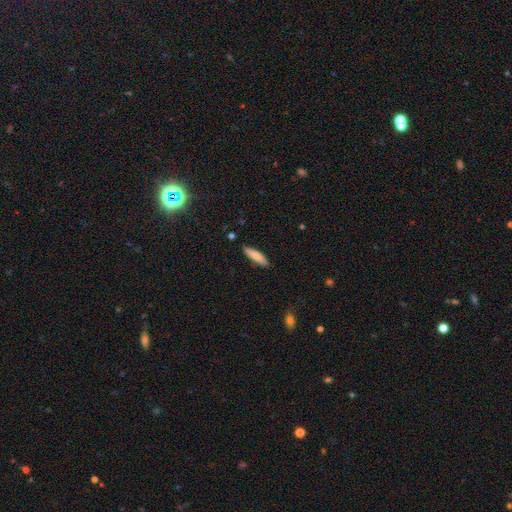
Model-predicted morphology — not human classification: smooth 77%, featured or disk 17%, star or artifact 6%. Down the decision tree: how rounded — cigar-shaped (78%); merging — none (88%).